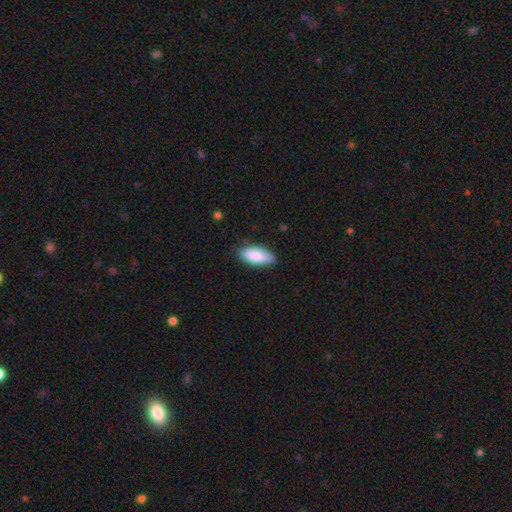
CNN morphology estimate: This is clearly a smooth galaxy (88%). How rounded: clearly in between (87%). Merging: clearly none (81%).